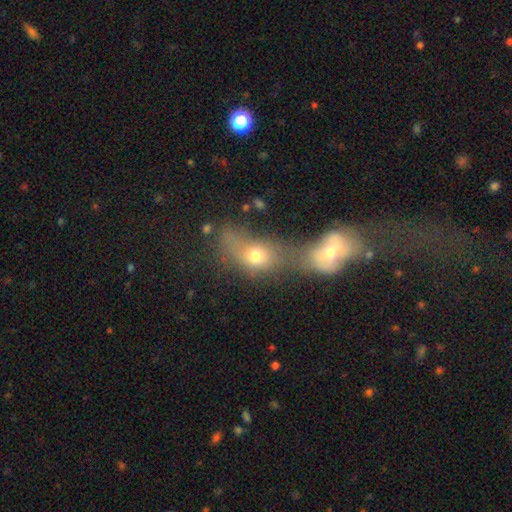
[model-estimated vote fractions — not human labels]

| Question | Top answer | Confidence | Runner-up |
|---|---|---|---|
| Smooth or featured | smooth | 66% | featured or disk (21%) |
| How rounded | in between | 59% | round (35%) |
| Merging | merger | 71% | none (14%) |